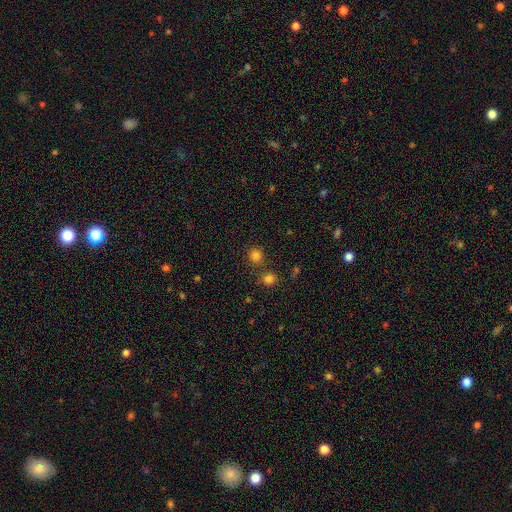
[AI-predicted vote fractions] smooth_or_featured: smooth (p=0.80) [alt: star or artifact p=0.15]
how_rounded: round (p=0.87) [alt: in between p=0.12]
merging: none (p=0.78) [alt: merger p=0.11]